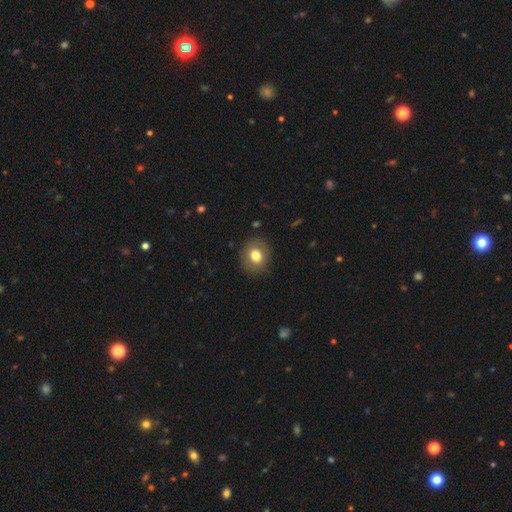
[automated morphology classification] Q: Smooth or featured?
A: smooth (77%); runner-up: featured or disk (14%)
Q: How rounded?
A: round (74%); runner-up: in between (25%)
Q: Merging?
A: none (87%); runner-up: minor disturbance (9%)